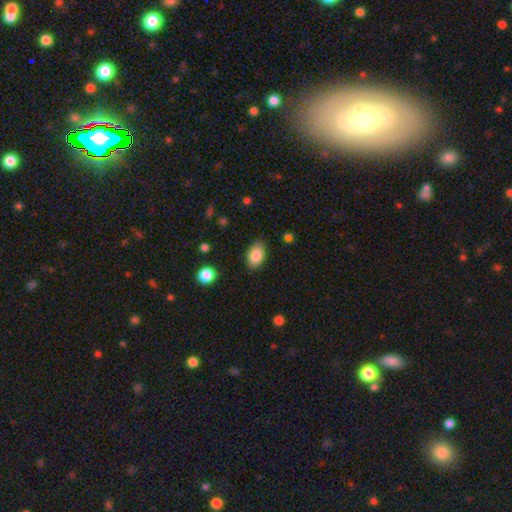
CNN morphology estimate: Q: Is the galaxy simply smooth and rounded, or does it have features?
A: smooth — 86%.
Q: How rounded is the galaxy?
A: in between — 90%.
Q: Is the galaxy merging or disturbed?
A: none — 84%.